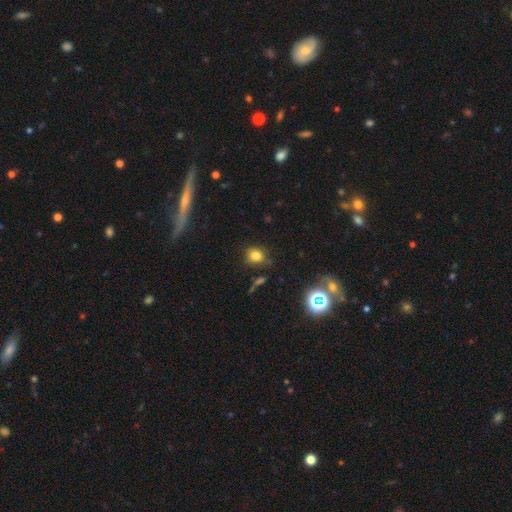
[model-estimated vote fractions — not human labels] This appears to be a smooth galaxy with no disk features (79%) that is round (71%). Merging: none (77%).